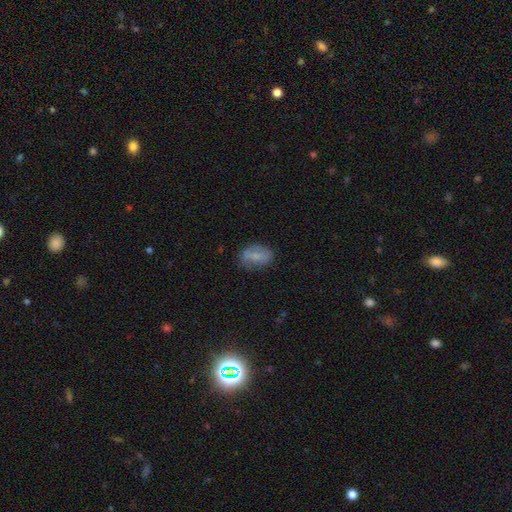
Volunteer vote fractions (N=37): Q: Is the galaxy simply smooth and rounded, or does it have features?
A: smooth — 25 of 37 (68%).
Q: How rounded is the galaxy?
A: in between — 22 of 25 (88%).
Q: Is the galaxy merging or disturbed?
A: none — 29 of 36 (81%).